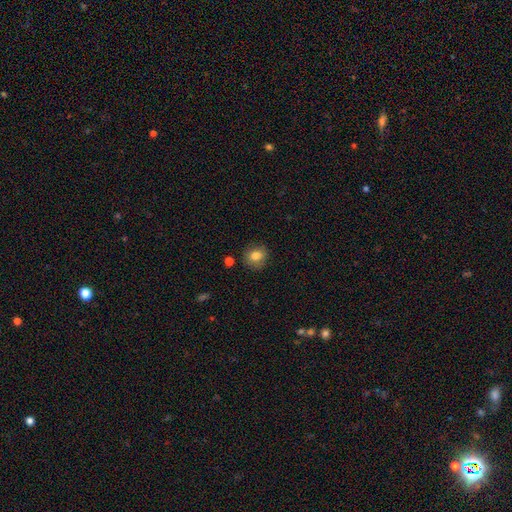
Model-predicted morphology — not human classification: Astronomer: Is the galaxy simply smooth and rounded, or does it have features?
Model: smooth — 81%.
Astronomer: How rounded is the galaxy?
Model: round — 72%.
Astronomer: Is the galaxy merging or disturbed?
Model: none — 83%.